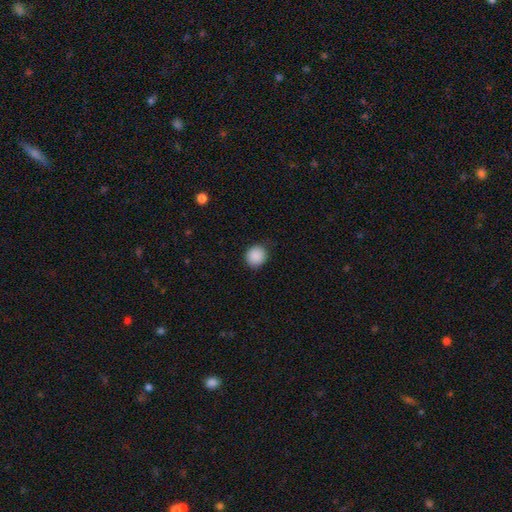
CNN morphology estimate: This appears to be a smooth galaxy with no disk features (89%) that is round (89%). Merging: none (87%).